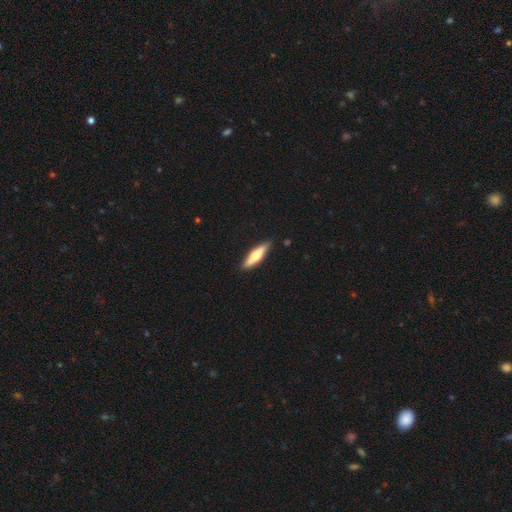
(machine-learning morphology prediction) smooth-or-featured: smooth: 48% | featured or disk: 47% | star or artifact: 5%
  merging: none: 89% | minor disturbance: 8% | major disturbance: 2% | merger: 1%